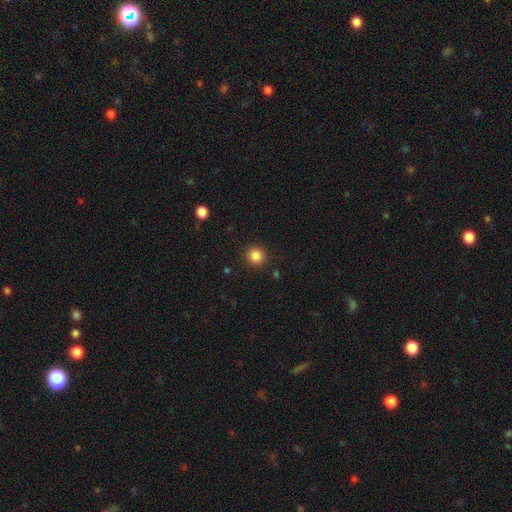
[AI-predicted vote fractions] A smooth galaxy with no disk features (85%) that is round (92%). Merging: none (90%).